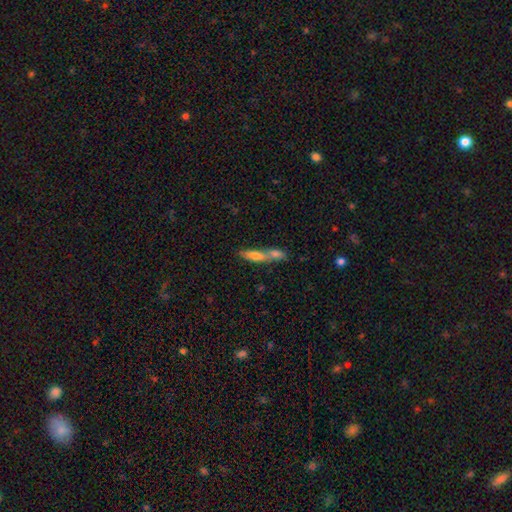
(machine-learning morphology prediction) smooth_or_featured: smooth (p=0.67) [alt: featured or disk p=0.25]
how_rounded: cigar-shaped (p=0.65) [alt: in between p=0.32]
merging: merger (p=0.65) [alt: none p=0.24]